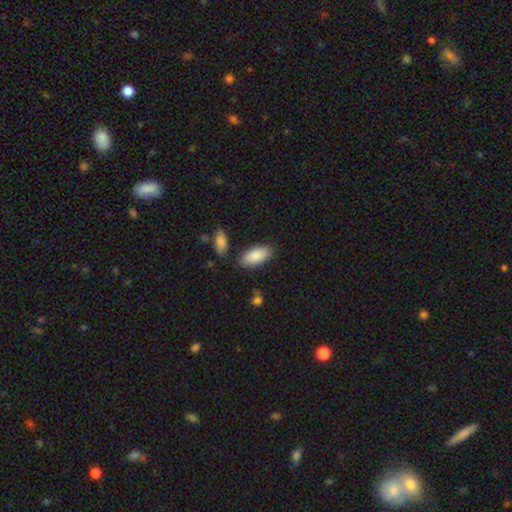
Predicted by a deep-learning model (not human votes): Q: Smooth or featured?
A: smooth (88%); runner-up: featured or disk (7%)
Q: How rounded?
A: in between (89%); runner-up: cigar-shaped (9%)
Q: Merging?
A: none (82%); runner-up: minor disturbance (11%)